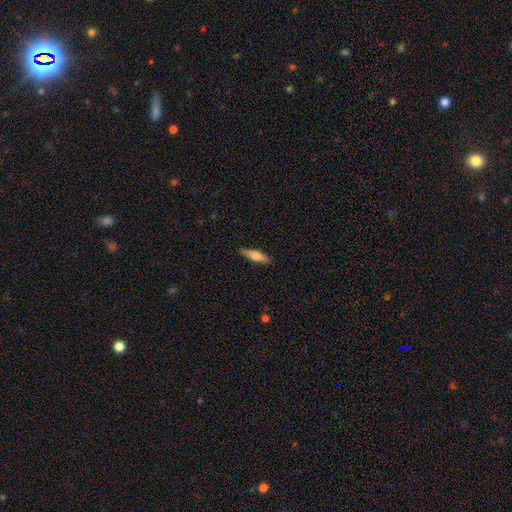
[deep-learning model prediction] Overall: smooth (54%; featured or disk 40%). How rounded: cigar-shaped (76%). Merging: none (89%).